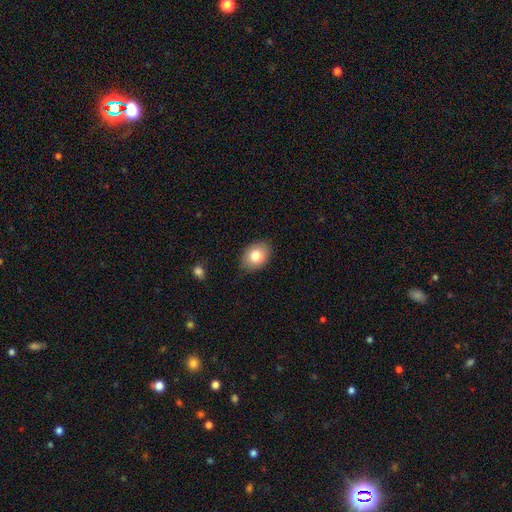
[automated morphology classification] type=smooth (81%); roundness=in between (76%); merging=none (85%).